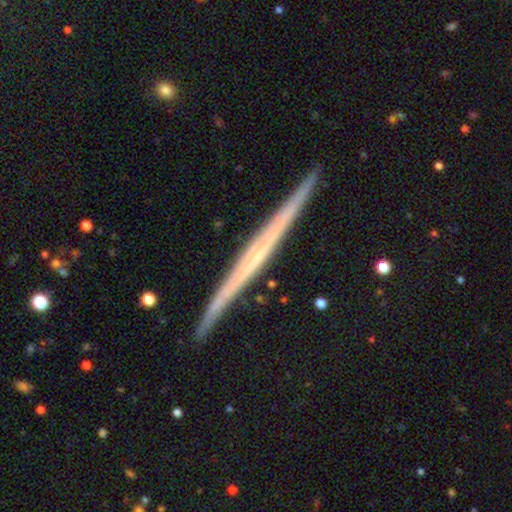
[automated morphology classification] A featured or disk galaxy (72%) viewed edge-on (98%) with no central bulge (80%).

Vote fractions:
- Smooth or featured? featured or disk: 72% / smooth: 22% / star or artifact: 6%
- Edge-on disk? yes: 98% / no: 2%
- Edge-on bulge? none: 80% / rounded: 14% / boxy: 6%
- Merging? none: 91% / minor disturbance: 7% / major disturbance: 1% / merger: 1%